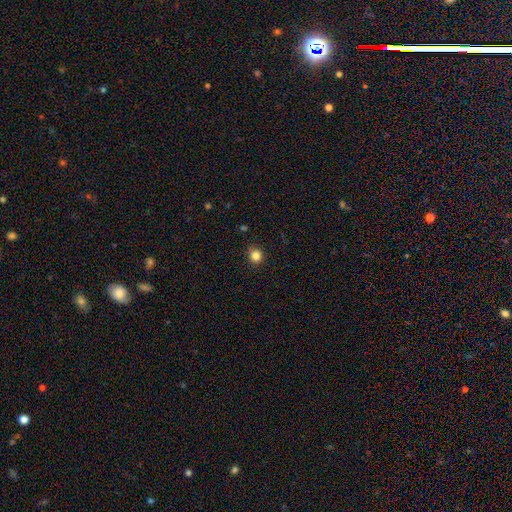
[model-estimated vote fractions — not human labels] Smooth or featured?
  - smooth: 84% *
  - star or artifact: 12%
  - featured or disk: 4%
How rounded?
  - round: 86% *
  - in between: 13%
  - cigar-shaped: 1%
Merging?
  - none: 85% *
  - minor disturbance: 11%
  - major disturbance: 2%
  - merger: 1%